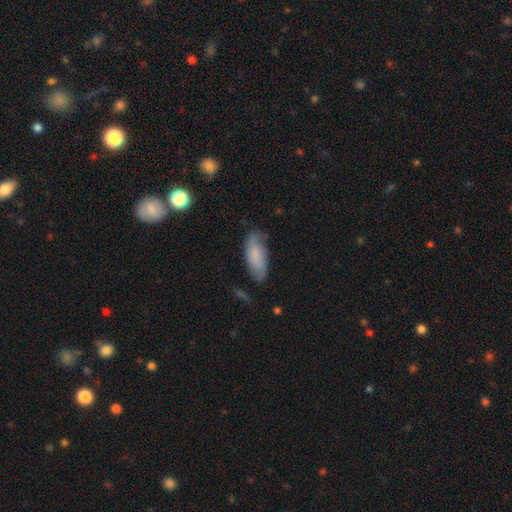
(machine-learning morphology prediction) smooth_or_featured: smooth (p=0.71) [alt: featured or disk p=0.22]
how_rounded: in between (p=0.79) [alt: cigar-shaped p=0.19]
merging: none (p=0.68) [alt: minor disturbance p=0.24]